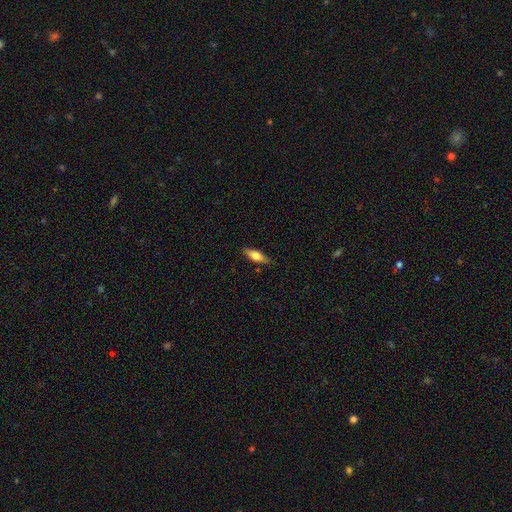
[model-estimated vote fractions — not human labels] Q: Smooth or featured?
A: smooth (62%); runner-up: featured or disk (32%)
Q: How rounded?
A: cigar-shaped (50%); runner-up: in between (47%)
Q: Merging?
A: none (86%); runner-up: minor disturbance (10%)